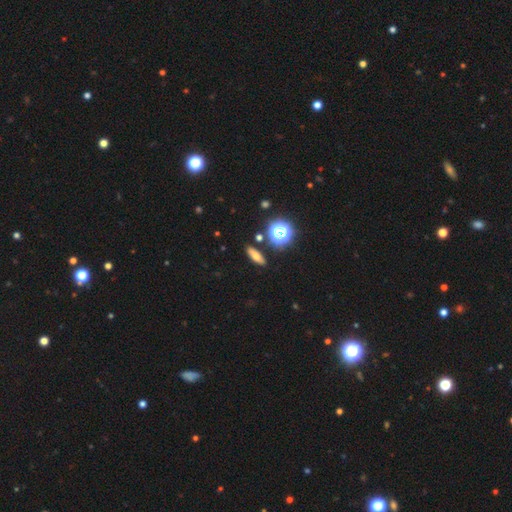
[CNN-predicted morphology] smooth-or-featured: smooth: 59% | featured or disk: 23% | star or artifact: 18%
  how-rounded: in between: 43% | cigar-shaped: 42% | round: 14%
  merging: none: 87% | minor disturbance: 8% | merger: 3% | major disturbance: 2%